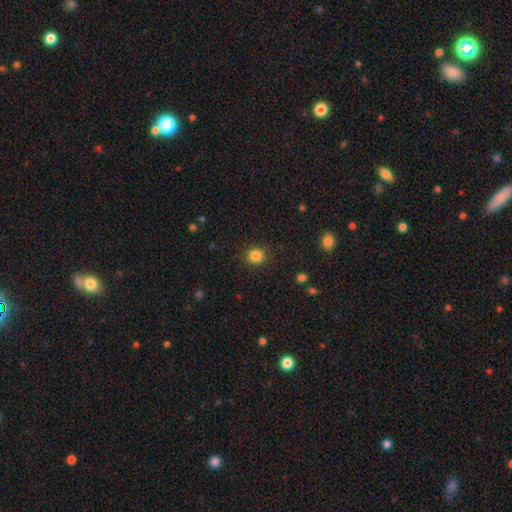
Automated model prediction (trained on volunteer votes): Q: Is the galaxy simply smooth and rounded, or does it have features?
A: smooth — 85%.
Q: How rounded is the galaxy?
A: round — 88%.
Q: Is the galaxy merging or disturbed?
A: none — 89%.